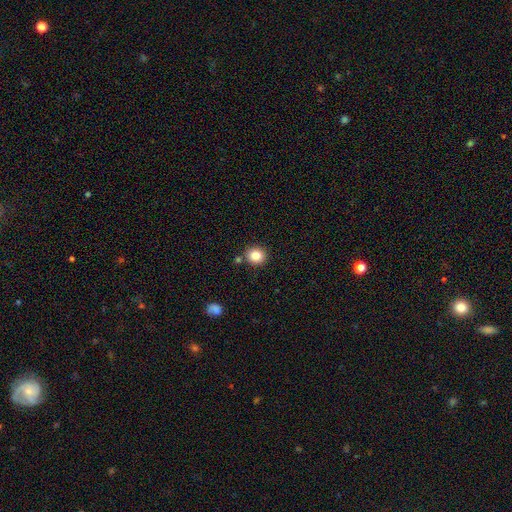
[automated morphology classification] Smooth or featured? Predicted: smooth (p=0.84). How rounded? Predicted: round (p=0.86). Merging? Predicted: none (p=0.84).